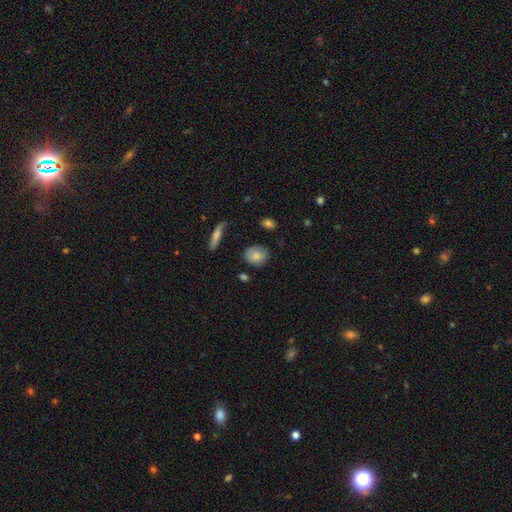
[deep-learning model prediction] smooth 78%, featured or disk 14%, star or artifact 8%. Down the decision tree: how rounded — round (60%); merging — none (70%).